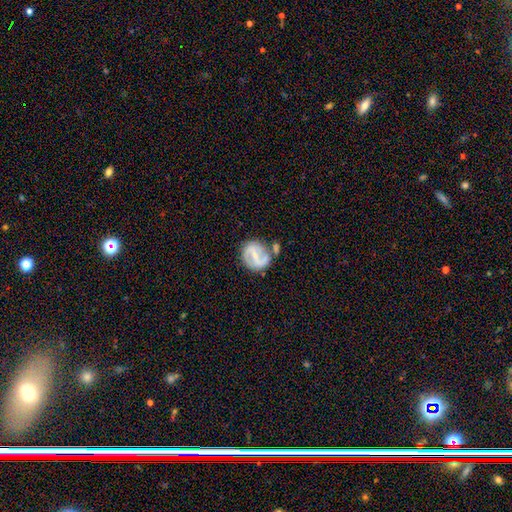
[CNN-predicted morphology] This appears to be a featured or disk galaxy (71%) with a strong bar (44%), 2 (81%) medium (46%) spiral arms (82%) and a small central bulge (60%). Merging: none (54%).